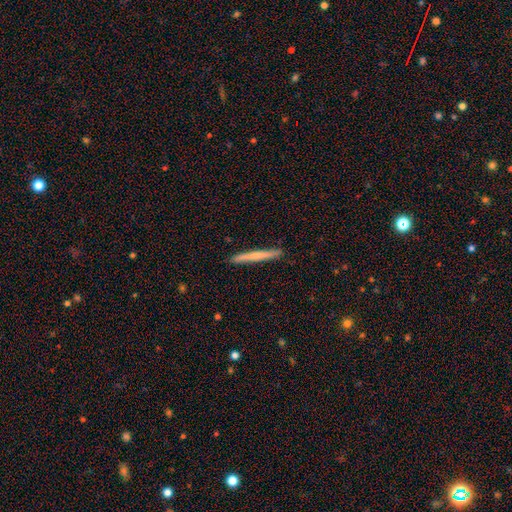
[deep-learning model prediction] Morphology: type=smooth (63%); roundness=cigar-shaped (97%); merging=none (91%).